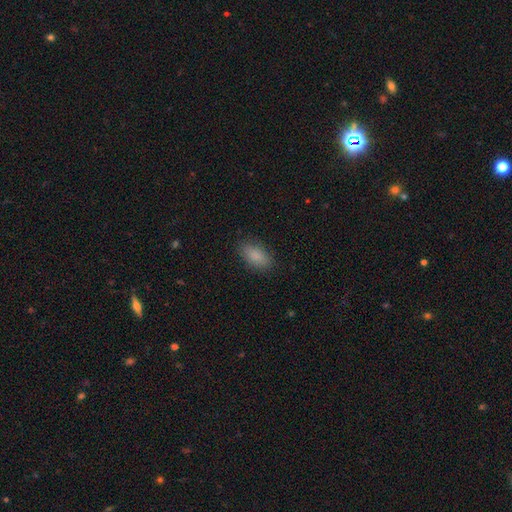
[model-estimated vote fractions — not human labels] Smooth or featured? smooth (88%)
How rounded? in between (90%)
Merging? none (86%)